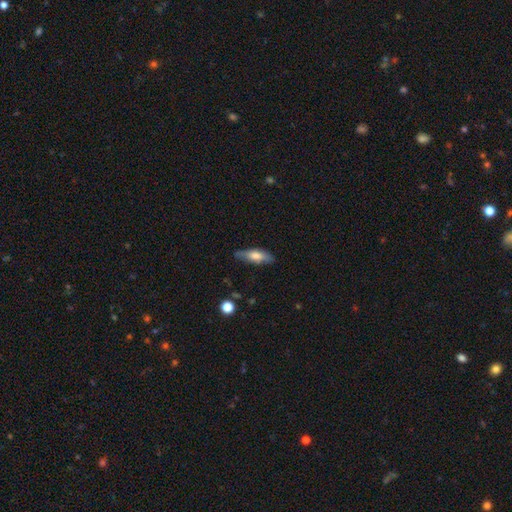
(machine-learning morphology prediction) Overall: smooth (62%; featured or disk 32%). How rounded: in between (53%; cigar-shaped 45%). Merging: none (75%).